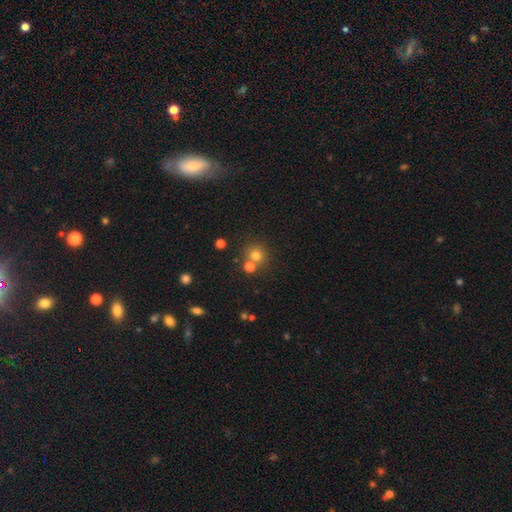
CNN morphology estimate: smooth-or-featured: smooth: 74% | star or artifact: 17% | featured or disk: 9%
  how-rounded: round: 89% | in between: 10% | cigar-shaped: 1%
  merging: none: 64% | merger: 26% | minor disturbance: 7% | major disturbance: 3%